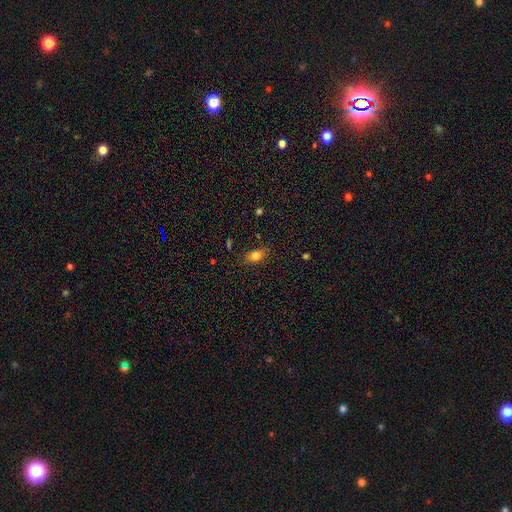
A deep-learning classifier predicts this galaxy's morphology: Q: Smooth or featured?
A: smooth (78%); runner-up: featured or disk (11%)
Q: How rounded?
A: in between (75%); runner-up: round (20%)
Q: Merging?
A: none (79%); runner-up: minor disturbance (16%)